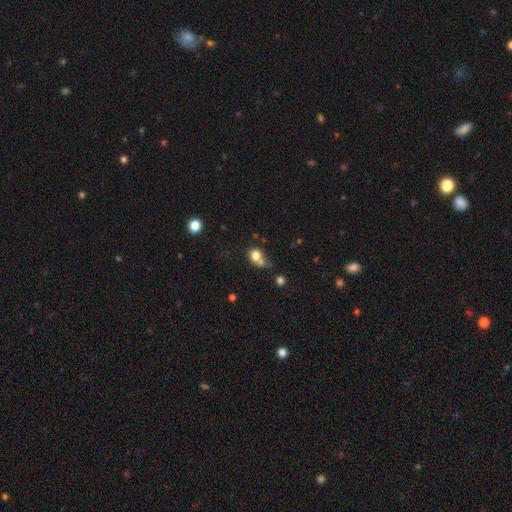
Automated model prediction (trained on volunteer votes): Smooth or featured?
  - smooth: 76% *
  - star or artifact: 12%
  - featured or disk: 12%
How rounded?
  - round: 72% *
  - in between: 27%
  - cigar-shaped: 1%
Merging?
  - merger: 41% *
  - none: 34%
  - minor disturbance: 14%
  - major disturbance: 10%